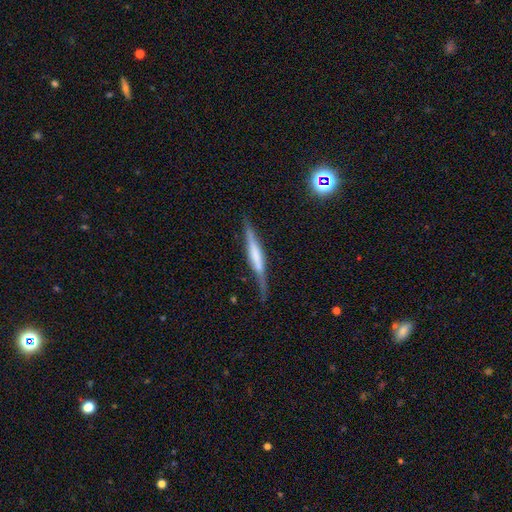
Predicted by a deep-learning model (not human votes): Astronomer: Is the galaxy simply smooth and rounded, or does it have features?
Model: featured or disk — 62%.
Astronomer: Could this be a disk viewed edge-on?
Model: yes — 95%.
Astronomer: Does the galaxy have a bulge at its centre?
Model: boxy — 49% (runner-up: none, 26%).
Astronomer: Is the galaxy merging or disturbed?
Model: none — 74%.